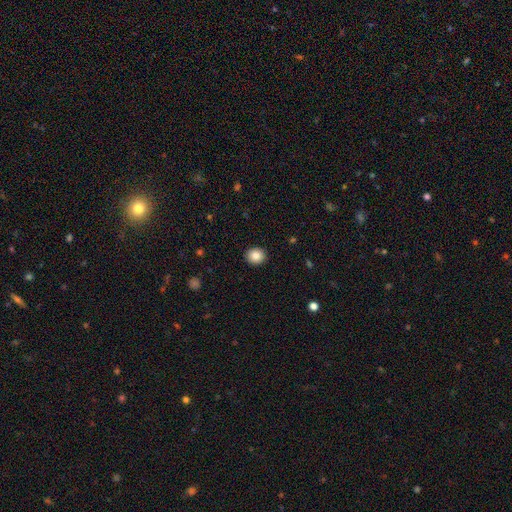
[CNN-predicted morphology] A smooth galaxy with no disk features (85%) that is round (80%). Merging: none (92%).